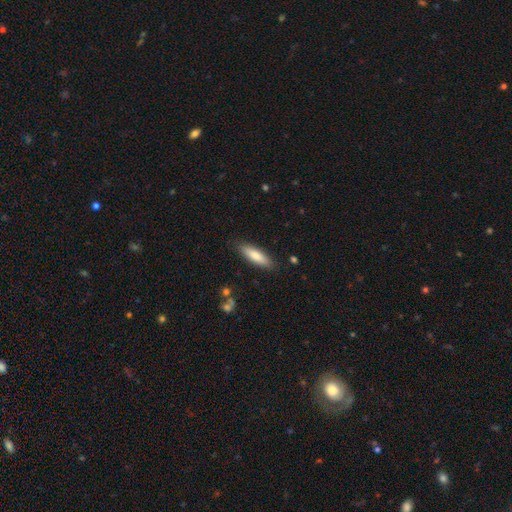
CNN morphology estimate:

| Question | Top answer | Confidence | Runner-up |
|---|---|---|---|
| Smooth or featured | smooth | 77% | featured or disk (17%) |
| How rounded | cigar-shaped | 60% | in between (38%) |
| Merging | none | 86% | minor disturbance (10%) |